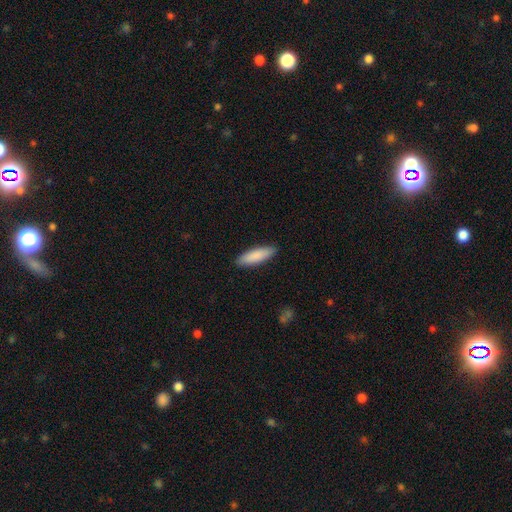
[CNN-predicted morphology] type=smooth (88%); roundness=cigar-shaped (55%); merging=none (90%).